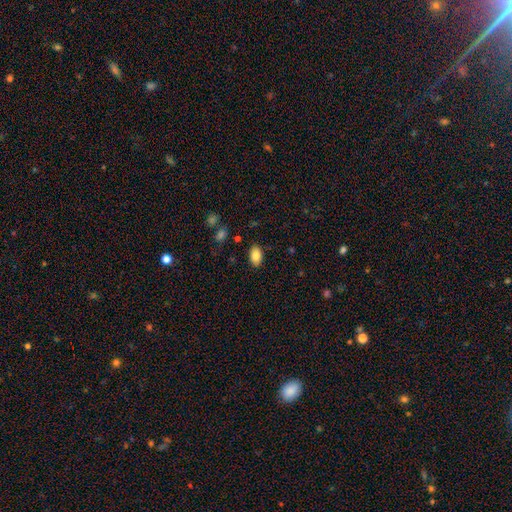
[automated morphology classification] Smooth or featured: smooth — 85% (star or artifact — 8%)
How rounded: in between — 89% (round — 10%)
Merging: none — 87% (minor disturbance — 10%)